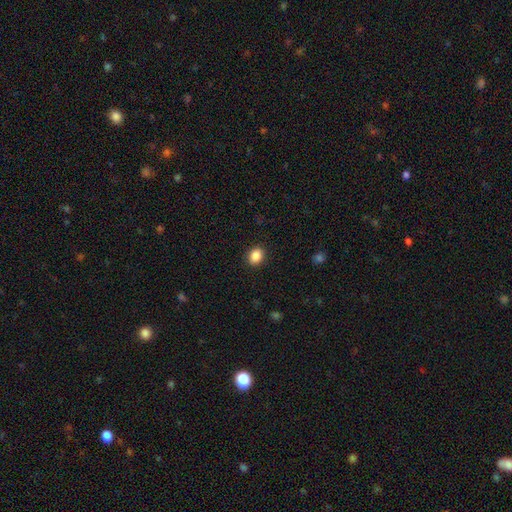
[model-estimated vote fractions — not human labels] Smooth or featured?
  - smooth: 88% *
  - star or artifact: 9%
  - featured or disk: 4%
How rounded?
  - in between: 52% *
  - round: 47%
  - cigar-shaped: 1%
Merging?
  - none: 90% *
  - minor disturbance: 7%
  - major disturbance: 2%
  - merger: 1%